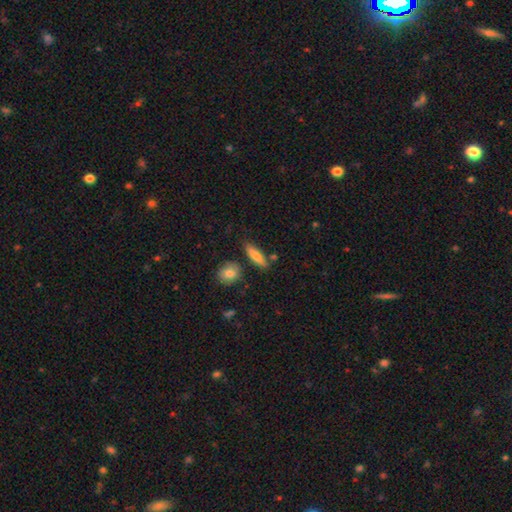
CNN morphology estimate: smooth 75%, featured or disk 18%, star or artifact 7%. Down the decision tree: how rounded — cigar-shaped (65%); merging — none (79%).